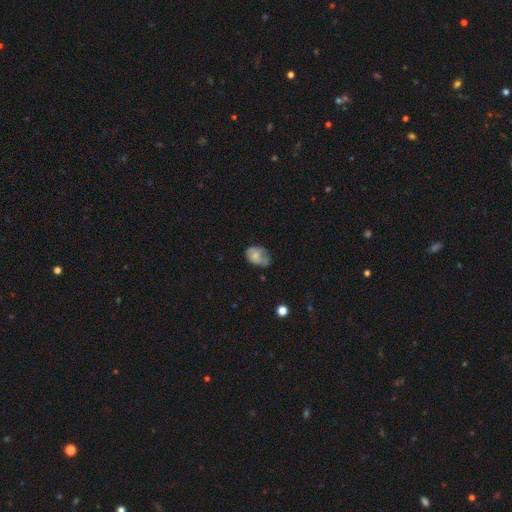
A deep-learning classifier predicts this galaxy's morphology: This is likely a smooth galaxy (69%). How rounded: likely in between (78%). Merging: marginally none (44%).